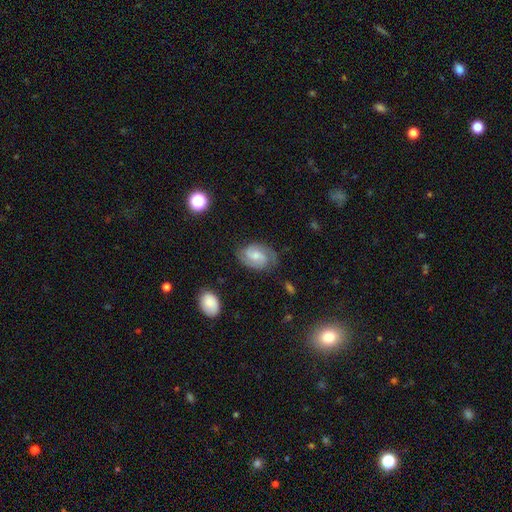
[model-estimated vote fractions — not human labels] Morphology: type=featured or disk (73%); edge-on=no (97%); bar=weak (48%); spiral arms=yes (95%); winding=medium (48%); arm count=2 (86%); bulge=small (47%); merging=none (75%).